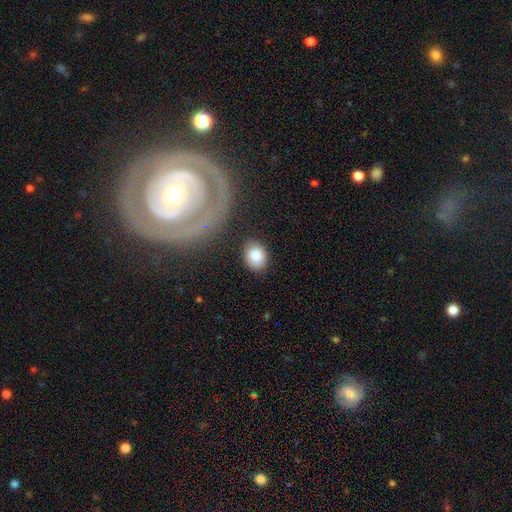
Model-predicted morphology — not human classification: Smooth or featured? Predicted: smooth (p=0.86). How rounded? Predicted: in between (p=0.56). Merging? Predicted: none (p=0.82).